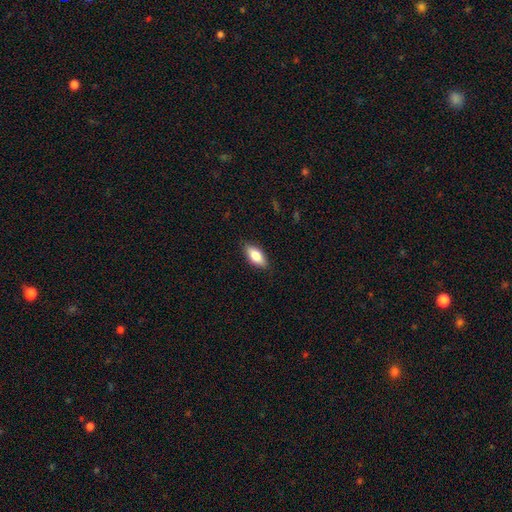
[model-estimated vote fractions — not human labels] A smooth galaxy with no disk features (80%) that is in between round and cigar-shaped (84%). Merging: none (86%).